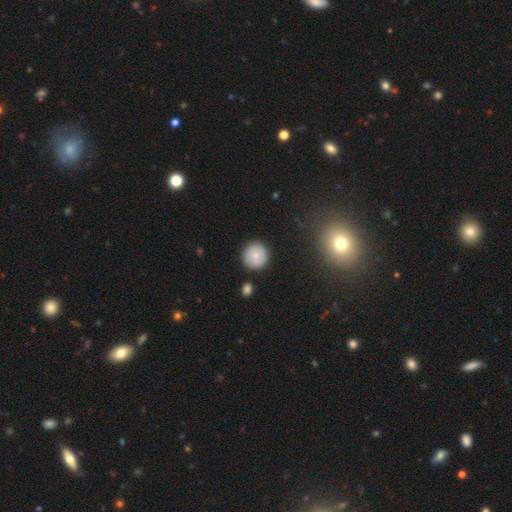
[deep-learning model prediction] A smooth galaxy with no disk features (77%) that is round (94%).

Vote fractions:
- Smooth or featured? smooth: 77% / featured or disk: 14% / star or artifact: 9%
- How rounded? round: 94% / in between: 5% / cigar-shaped: 1%
- Merging? none: 87% / minor disturbance: 9% / major disturbance: 2% / merger: 2%